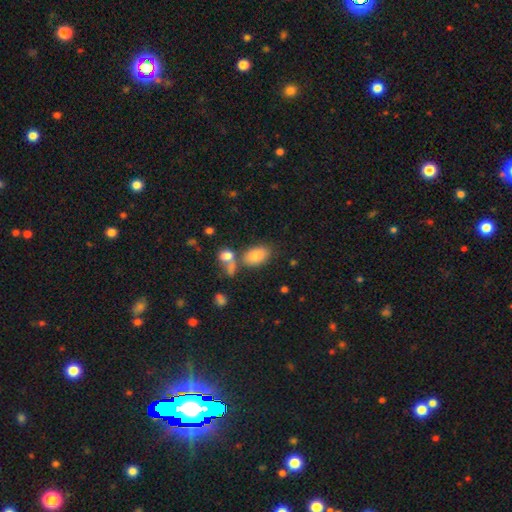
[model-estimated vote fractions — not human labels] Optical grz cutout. It shows a smooth galaxy with no disk features (82%) that is in between round and cigar-shaped (91%). Merging: none (57%).